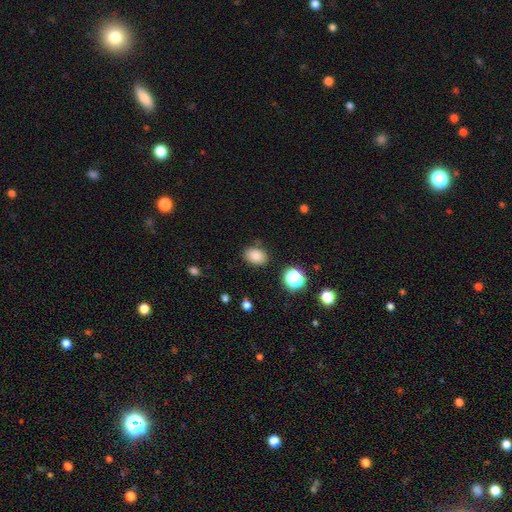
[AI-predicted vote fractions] A smooth galaxy with no disk features (84%) that is in between round and cigar-shaped (74%).

Vote fractions:
- Smooth or featured? smooth: 84% / star or artifact: 11% / featured or disk: 5%
- How rounded? in between: 74% / round: 25% / cigar-shaped: 1%
- Merging? none: 82% / minor disturbance: 12% / major disturbance: 3% / merger: 2%